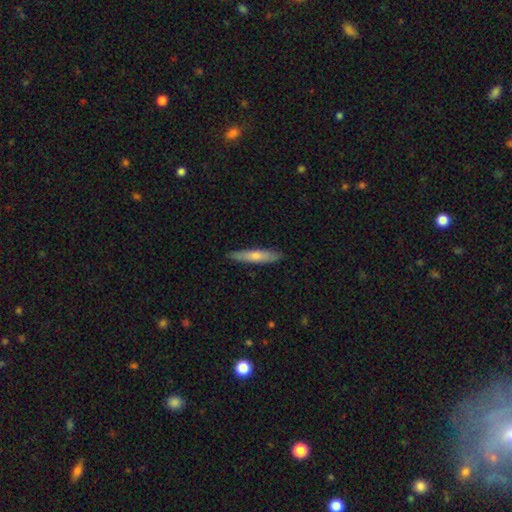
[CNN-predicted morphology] Smooth or featured? Predicted: smooth (p=0.49). Merging? Predicted: none (p=0.89).